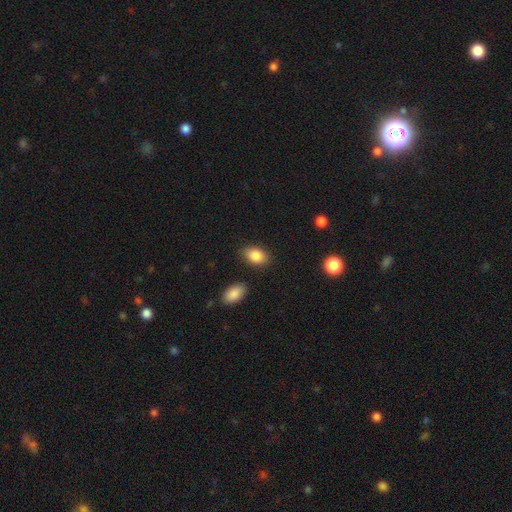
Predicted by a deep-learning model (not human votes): The model was most divided on "merging": none: 84%, minor disturbance: 11%, merger: 3%, major disturbance: 3%. More confident: smooth or featured — smooth (86%); how rounded — in between (86%).